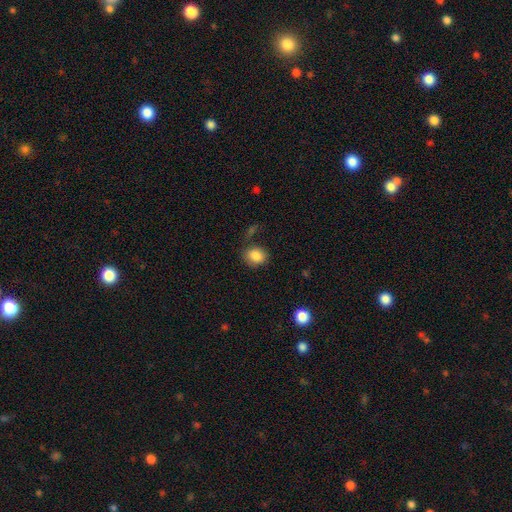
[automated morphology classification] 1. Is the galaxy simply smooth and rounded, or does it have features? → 86% smooth, 9% star or artifact, 5% featured or disk.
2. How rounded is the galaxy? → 52% round, 47% in between, 1% cigar-shaped.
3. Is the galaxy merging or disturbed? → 72% none, 17% minor disturbance, 6% major disturbance, 5% merger.